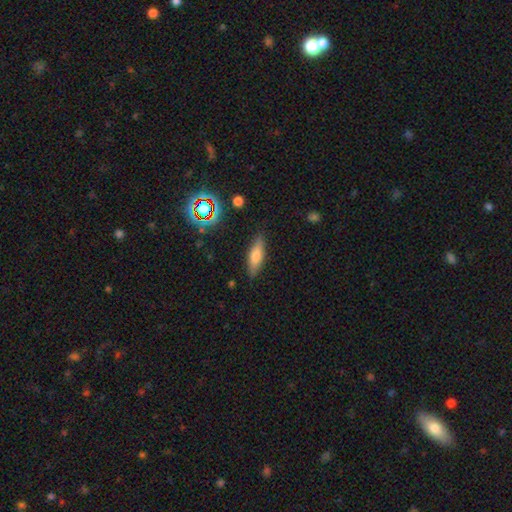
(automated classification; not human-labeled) Q: Smooth or featured?
A: smooth (66%); runner-up: featured or disk (25%)
Q: How rounded?
A: in between (49%); runner-up: cigar-shaped (48%)
Q: Merging?
A: none (85%); runner-up: minor disturbance (11%)